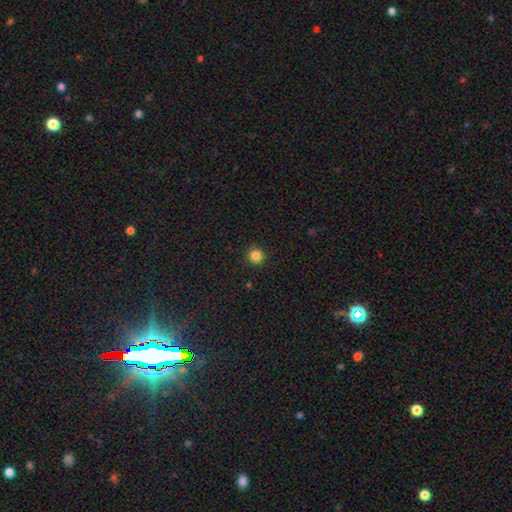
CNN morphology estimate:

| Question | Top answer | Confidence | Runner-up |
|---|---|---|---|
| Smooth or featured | smooth | 85% | star or artifact (12%) |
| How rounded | round | 95% | in between (4%) |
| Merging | none | 92% | minor disturbance (5%) |